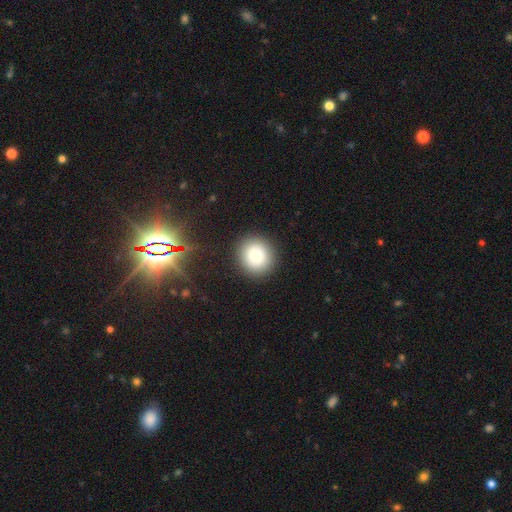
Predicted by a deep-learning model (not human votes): Q: Smooth or featured?
A: smooth (80%); runner-up: star or artifact (11%)
Q: How rounded?
A: round (90%); runner-up: in between (10%)
Q: Merging?
A: none (90%); runner-up: minor disturbance (6%)